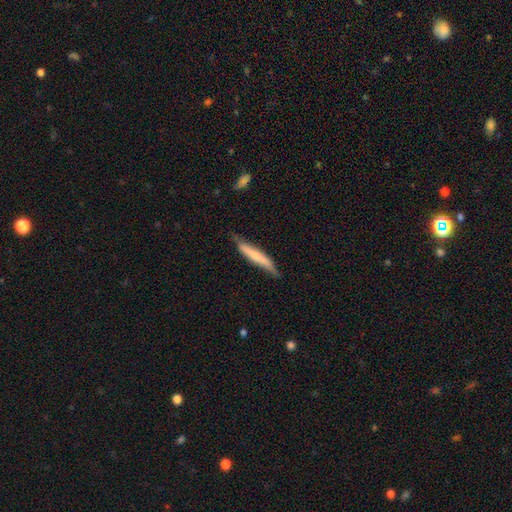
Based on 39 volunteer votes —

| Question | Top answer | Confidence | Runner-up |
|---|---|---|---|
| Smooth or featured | smooth | 56% | featured or disk (41%) |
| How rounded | cigar-shaped | 95% | in between (5%) |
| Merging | none | 74% | minor disturbance (16%) |